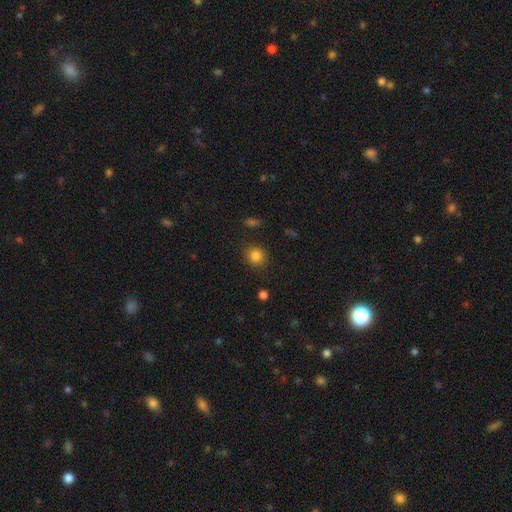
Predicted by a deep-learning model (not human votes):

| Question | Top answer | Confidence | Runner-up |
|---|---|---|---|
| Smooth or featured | smooth | 84% | star or artifact (12%) |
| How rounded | round | 85% | in between (14%) |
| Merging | none | 87% | minor disturbance (9%) |